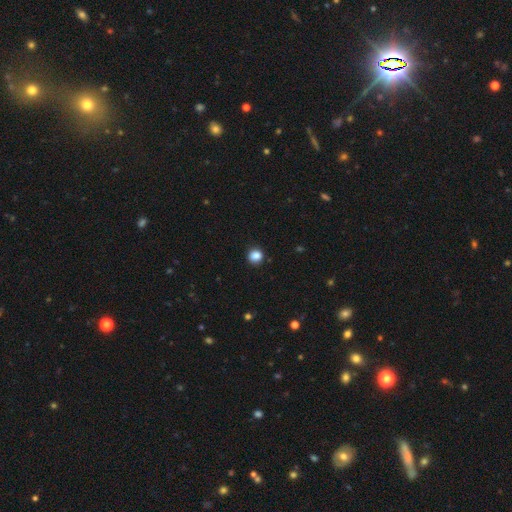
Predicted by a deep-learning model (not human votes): smooth-or-featured: smooth: 86% | star or artifact: 11% | featured or disk: 3%
  how-rounded: round: 88% | in between: 11% | cigar-shaped: 1%
  merging: none: 90% | minor disturbance: 7% | major disturbance: 2% | merger: 1%